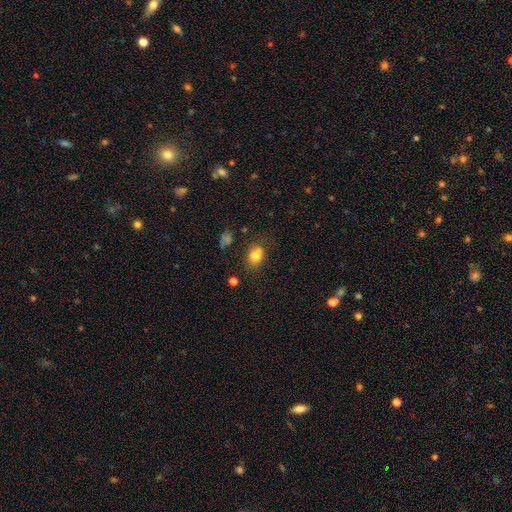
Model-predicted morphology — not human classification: Q: Smooth or featured?
A: smooth (76%); runner-up: star or artifact (13%)
Q: How rounded?
A: in between (53%); runner-up: round (45%)
Q: Merging?
A: none (57%); runner-up: minor disturbance (18%)